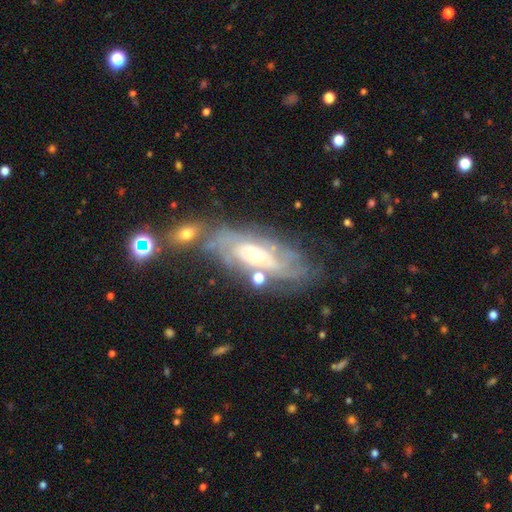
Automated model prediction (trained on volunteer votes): This appears to be a featured or disk galaxy (81%) with no bar (63%), tight (71%) spiral arms (89%) and a small central bulge (56%). Merging: none (63%).